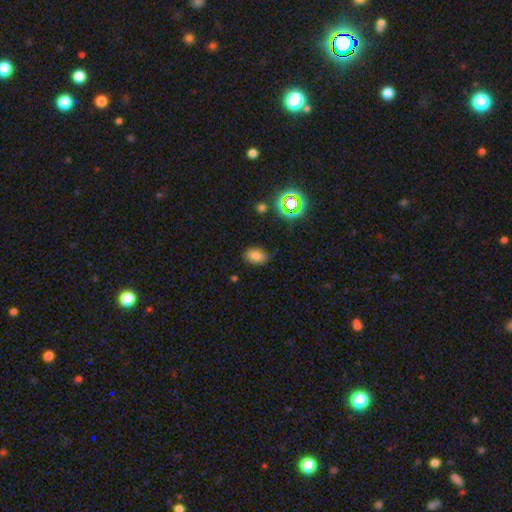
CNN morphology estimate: A smooth galaxy with no disk features (73%) that is in between round and cigar-shaped (83%). Merging: none (81%).